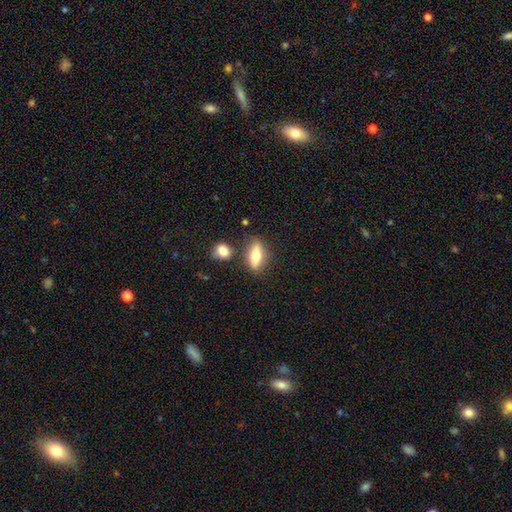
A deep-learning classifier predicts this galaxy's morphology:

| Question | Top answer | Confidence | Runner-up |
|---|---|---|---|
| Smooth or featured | smooth | 66% | featured or disk (27%) |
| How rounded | in between | 68% | cigar-shaped (26%) |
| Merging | none | 76% | minor disturbance (12%) |